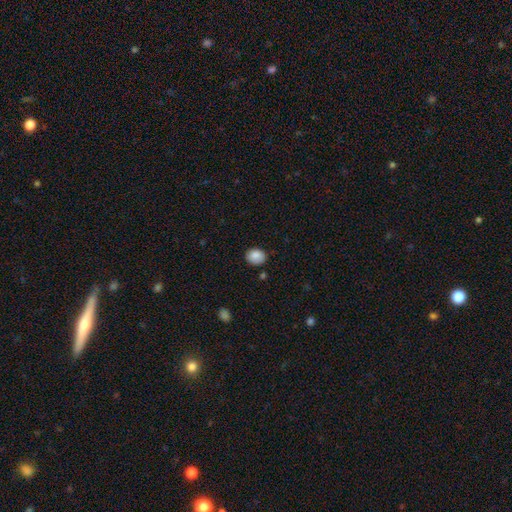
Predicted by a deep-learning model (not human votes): Overall: smooth (86%). How rounded: round (52%; in between 47%). Merging: none (81%).